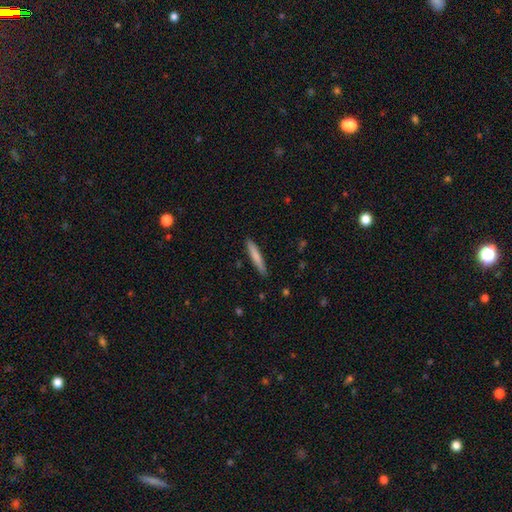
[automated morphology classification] A smooth galaxy with no disk features (76%) that is cigar-shaped (94%). Merging: none (89%).